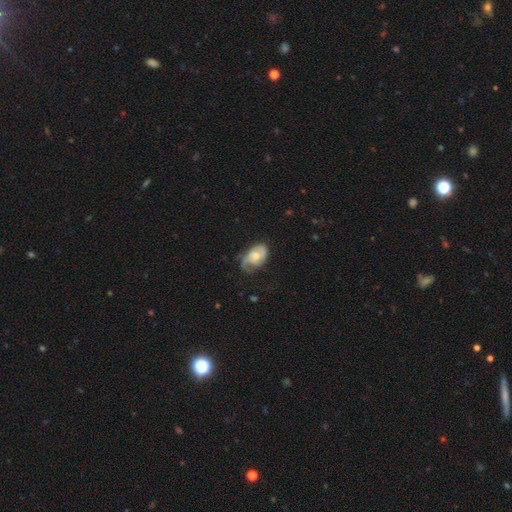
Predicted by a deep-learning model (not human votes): A featured or disk galaxy (61%) with no bar (77%), spiral arms (77%) and a moderate central bulge (64%).

Vote fractions:
- Smooth or featured? featured or disk: 61% / smooth: 33% / star or artifact: 6%
- Edge-on disk? no: 95% / yes: 5%
- Bar? no: 77% / weak: 19% / strong: 3%
- Spiral arms? yes: 77% / no: 23%
- Bulge size? moderate: 64% / small: 30% / large: 4% / none: 1% / dominant: 1%
- Merging? none: 44% / minor disturbance: 35% / major disturbance: 19% / merger: 2%